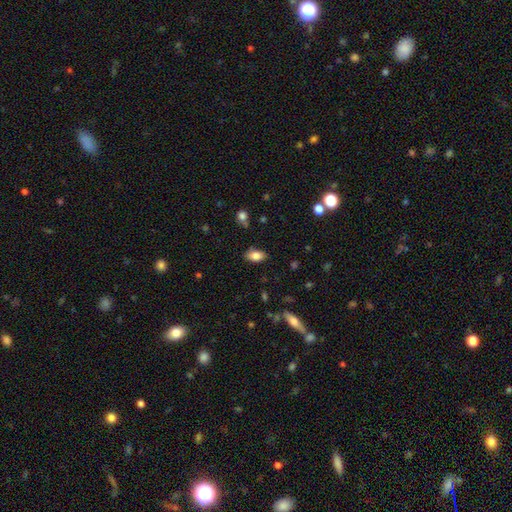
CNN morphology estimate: This appears to be a smooth galaxy with no disk features (83%) that is in between round and cigar-shaped (91%). Merging: none (83%).